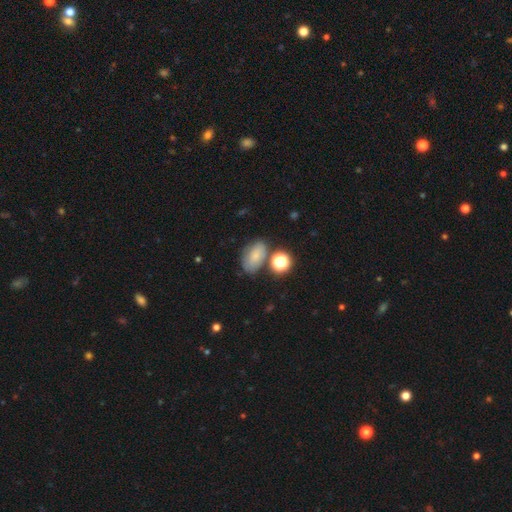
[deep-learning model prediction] A smooth galaxy with no disk features (68%) that is in between round and cigar-shaped (85%). Merging: none (60%).